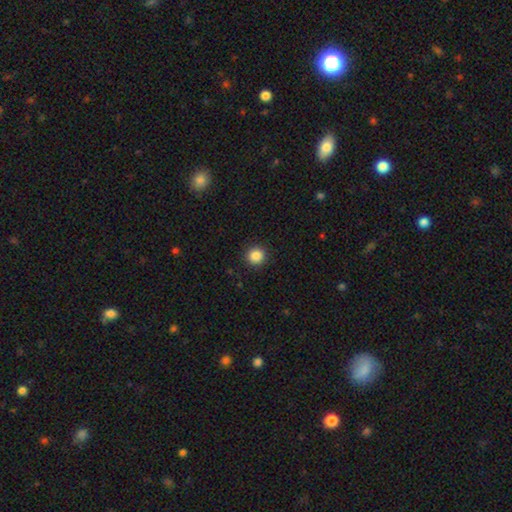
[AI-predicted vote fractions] Smooth or featured: smooth — 87% (star or artifact — 10%)
How rounded: round — 94% (in between — 5%)
Merging: none — 92% (minor disturbance — 5%)